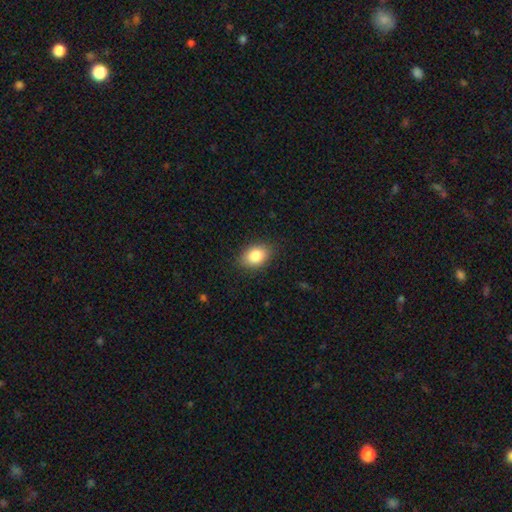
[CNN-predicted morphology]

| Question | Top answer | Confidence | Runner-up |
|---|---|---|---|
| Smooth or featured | smooth | 84% | star or artifact (8%) |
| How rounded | in between | 78% | round (20%) |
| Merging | none | 85% | minor disturbance (11%) |